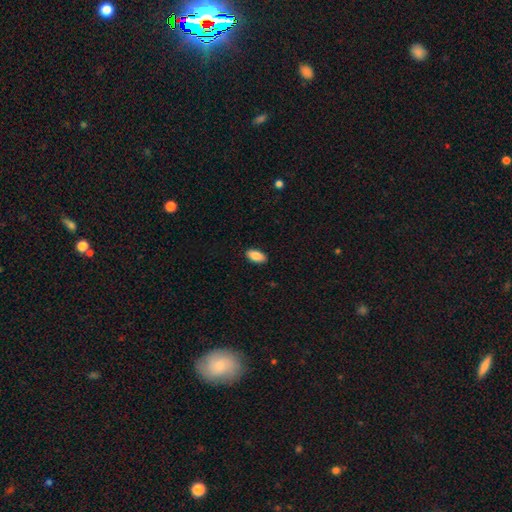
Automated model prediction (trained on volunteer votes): Smooth or featured: smooth — 88% (star or artifact — 7%)
How rounded: in between — 93% (cigar-shaped — 5%)
Merging: none — 90% (minor disturbance — 8%)